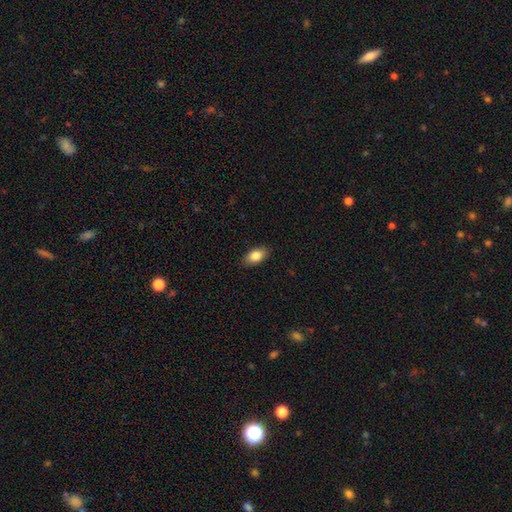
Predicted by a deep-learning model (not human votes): Smooth or featured: smooth — 84% (featured or disk — 9%)
How rounded: in between — 91% (round — 5%)
Merging: none — 88% (minor disturbance — 9%)